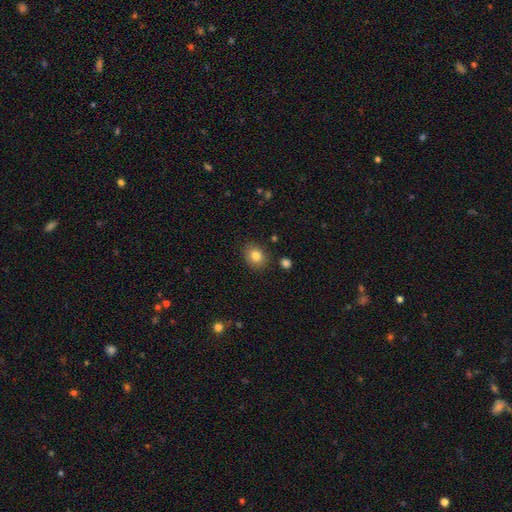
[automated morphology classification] A smooth galaxy with no disk features (83%) that is in between round and cigar-shaped (50%). Merging: none (86%).